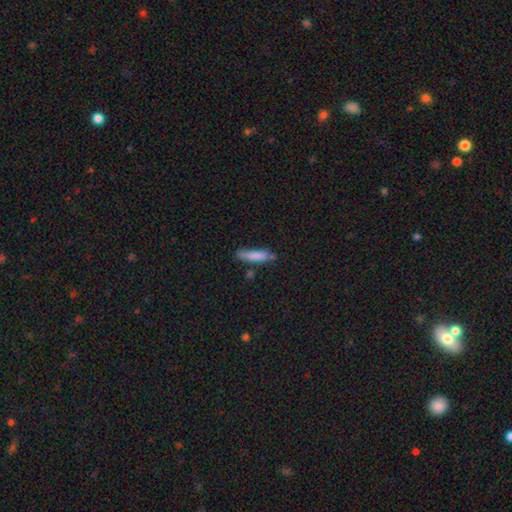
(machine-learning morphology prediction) smooth 81%, featured or disk 12%, star or artifact 7%. Down the decision tree: how rounded — cigar-shaped (80%); merging — none (63%).